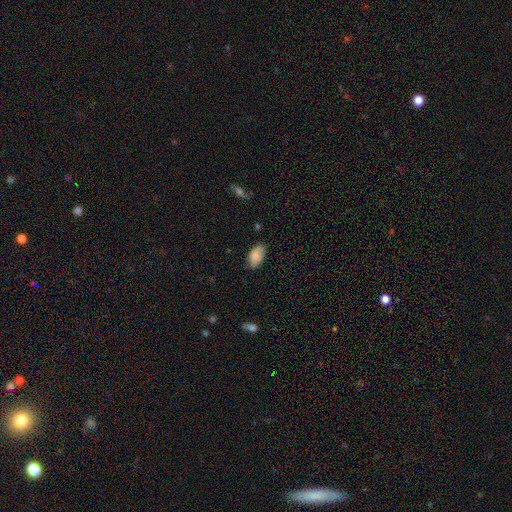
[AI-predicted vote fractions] Overall: smooth (83%). How rounded: in between (94%). Merging: none (73%).